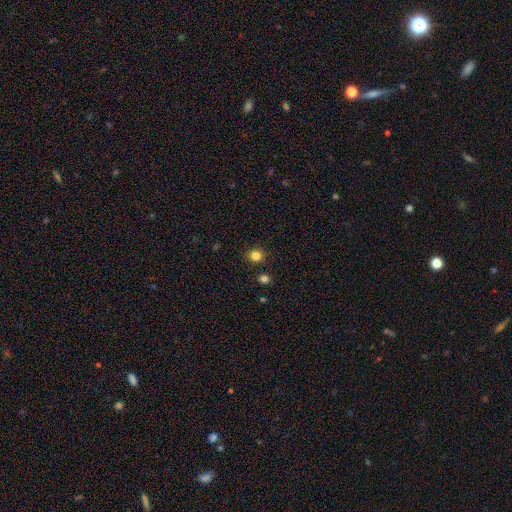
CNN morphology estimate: Q: Smooth or featured?
A: smooth (83%); runner-up: star or artifact (13%)
Q: How rounded?
A: round (89%); runner-up: in between (10%)
Q: Merging?
A: none (89%); runner-up: minor disturbance (6%)